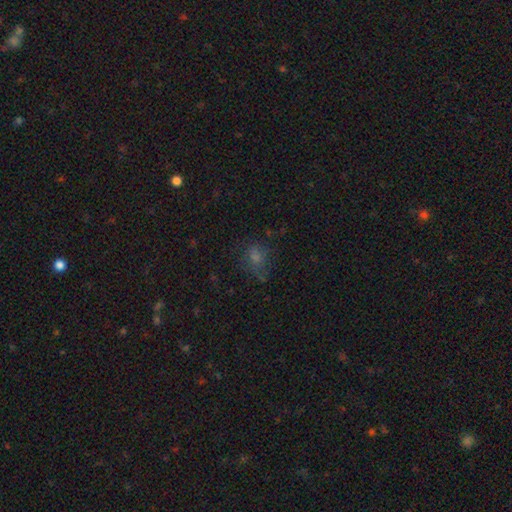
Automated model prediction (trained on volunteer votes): Morphology: type=smooth (54%); roundness=round (53%); merging=none (58%).